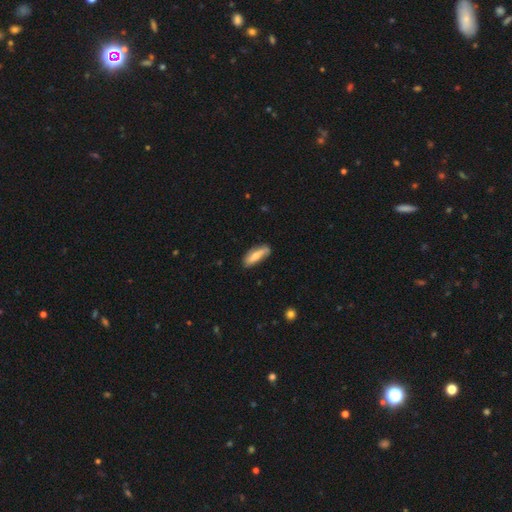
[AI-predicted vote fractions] Smooth or featured?
  - smooth: 56% *
  - featured or disk: 38%
  - star or artifact: 6%
How rounded?
  - in between: 56% *
  - cigar-shaped: 42%
  - round: 2%
Merging?
  - none: 74% *
  - minor disturbance: 20%
  - major disturbance: 4%
  - merger: 2%